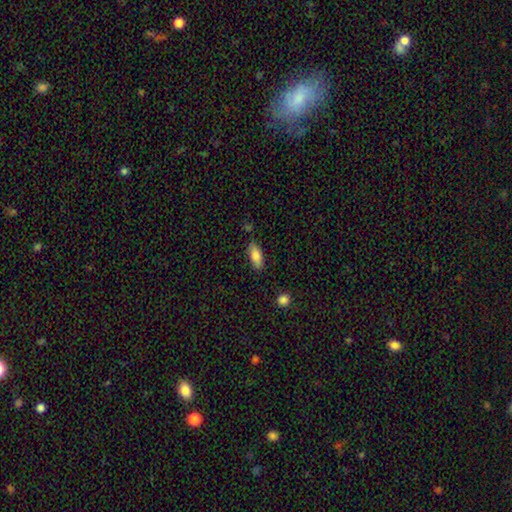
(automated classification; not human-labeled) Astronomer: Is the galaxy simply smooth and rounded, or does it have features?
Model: smooth — 83%.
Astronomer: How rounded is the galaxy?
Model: in between — 81%.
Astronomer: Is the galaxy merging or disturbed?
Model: none — 82%.